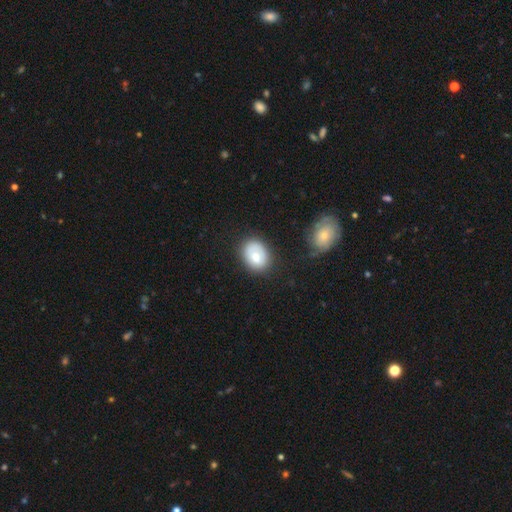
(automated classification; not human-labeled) Smooth or featured? smooth (68%)
How rounded? in between (59%)
Merging? none (71%)